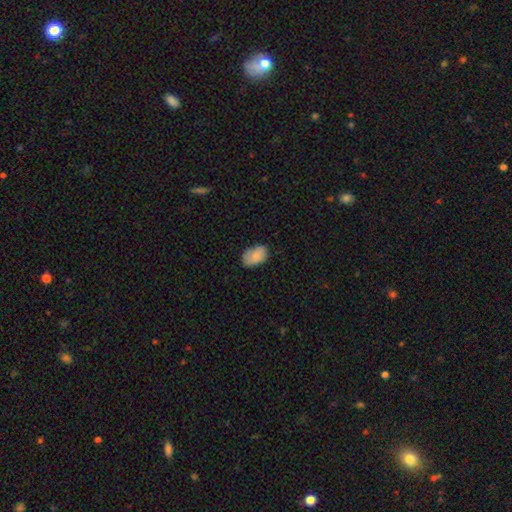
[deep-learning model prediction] This appears to be a smooth galaxy with no disk features (84%) that is in between round and cigar-shaped (87%). Merging: none (74%).